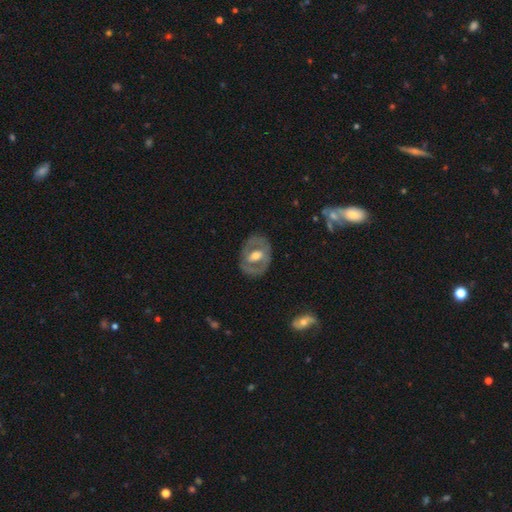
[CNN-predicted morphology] Smooth or featured: featured or disk — 65% (smooth — 29%)
Edge-on disk: no — 93% (yes — 7%)
Bar: no — 41% (weak — 36%)
Spiral arms: no — 69% (yes — 31%)
Bulge size: moderate — 69% (large — 17%)
Merging: none — 79% (minor disturbance — 14%)